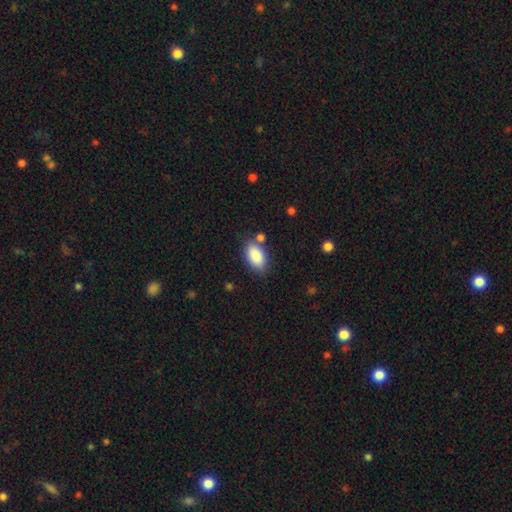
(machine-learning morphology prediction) The model was most divided on "merging": none: 75%, minor disturbance: 14%, merger: 7%, major disturbance: 4%. More confident: how rounded — in between (94%); smooth or featured — smooth (89%).